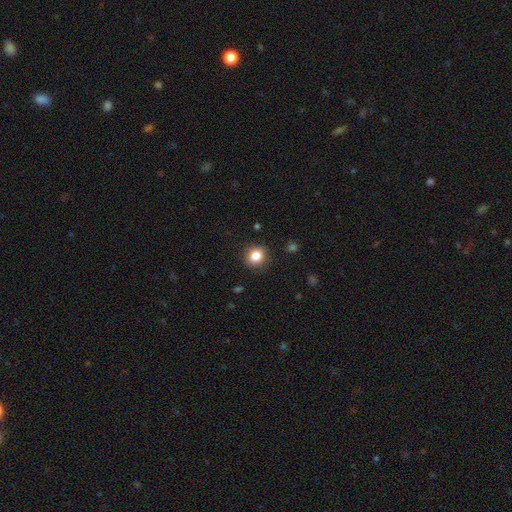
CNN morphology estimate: smooth_or_featured: smooth (p=0.84) [alt: star or artifact p=0.11]
how_rounded: round (p=0.72) [alt: in between p=0.27]
merging: none (p=0.88) [alt: minor disturbance p=0.08]